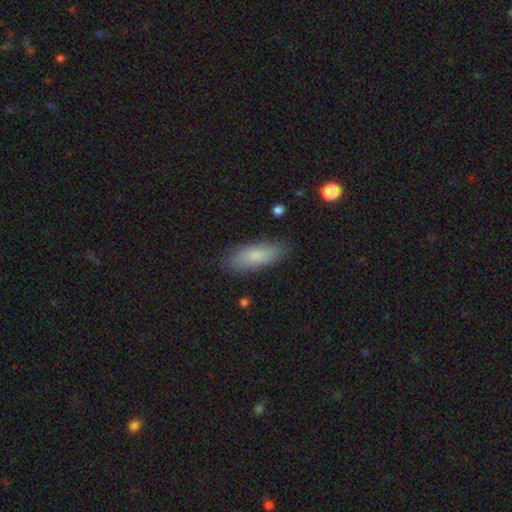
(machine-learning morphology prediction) type=smooth (80%); roundness=in between (65%); merging=none (85%).